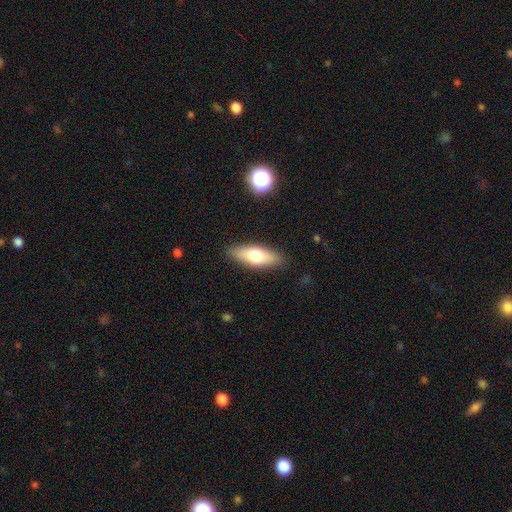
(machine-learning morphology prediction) smooth-or-featured: smooth: 68% | featured or disk: 26% | star or artifact: 6%
  how-rounded: in between: 62% | cigar-shaped: 35% | round: 3%
  merging: none: 88% | minor disturbance: 9% | major disturbance: 2% | merger: 1%